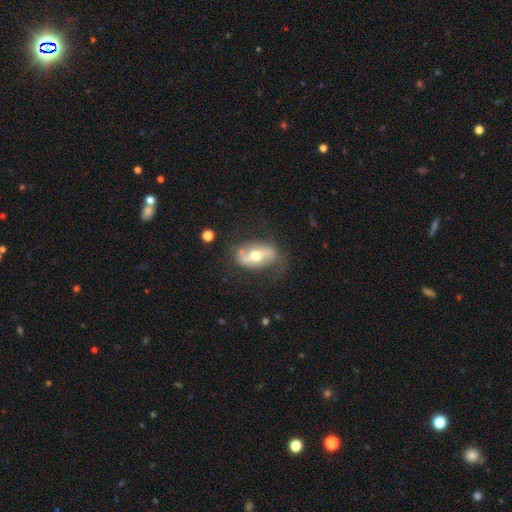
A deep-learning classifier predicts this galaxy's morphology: A featured or disk galaxy (70%) with a strong bar (42%), spiral arms (75%) and a moderate central bulge (71%). Merging: none (69%).